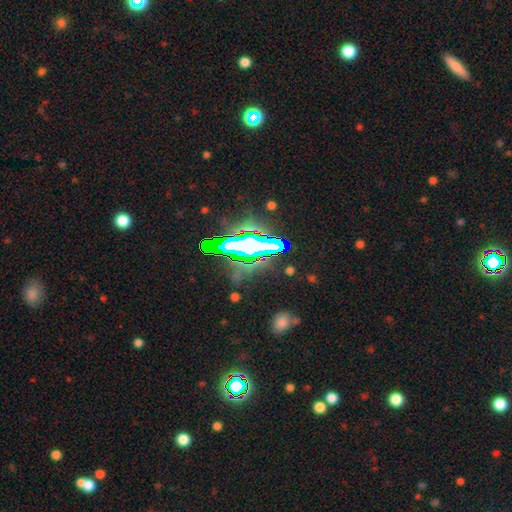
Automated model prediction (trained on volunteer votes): Smooth or featured: star or artifact — 59% (featured or disk — 25%)